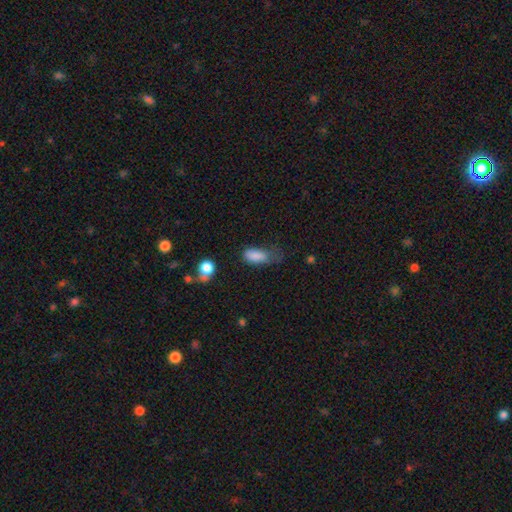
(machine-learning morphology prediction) This is clearly a smooth galaxy (83%). How rounded: clearly in between (85%). Merging: marginally minor disturbance (36%).